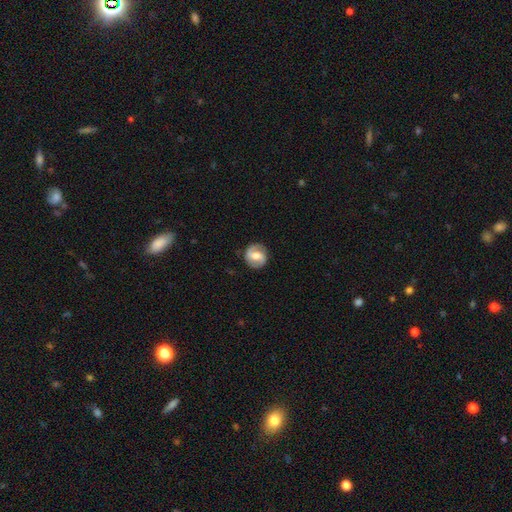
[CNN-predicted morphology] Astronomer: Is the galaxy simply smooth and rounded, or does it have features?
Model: featured or disk — 75%.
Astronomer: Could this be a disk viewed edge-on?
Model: no — 98%.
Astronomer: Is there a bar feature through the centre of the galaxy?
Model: weak — 48% (runner-up: strong, 29%).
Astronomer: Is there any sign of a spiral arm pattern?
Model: yes — 90%.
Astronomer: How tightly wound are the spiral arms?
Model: medium — 48% (runner-up: tight, 33%).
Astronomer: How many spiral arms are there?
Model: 2 — 90%.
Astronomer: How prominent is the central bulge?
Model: moderate — 64%.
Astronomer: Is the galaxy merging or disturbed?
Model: none — 86%.